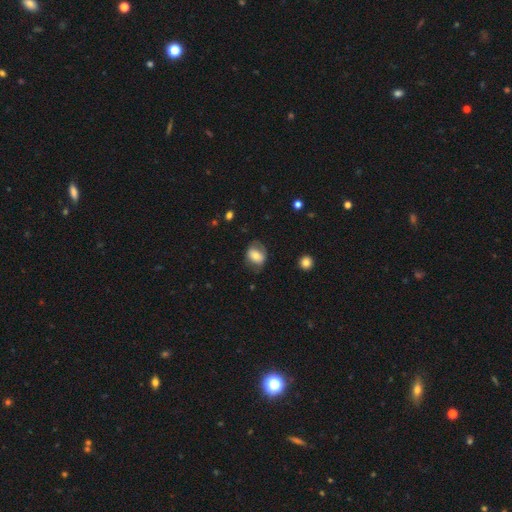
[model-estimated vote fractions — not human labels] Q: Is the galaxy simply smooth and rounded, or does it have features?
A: smooth — 64%.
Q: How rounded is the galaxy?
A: in between — 61%.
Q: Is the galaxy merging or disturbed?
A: none — 66%.